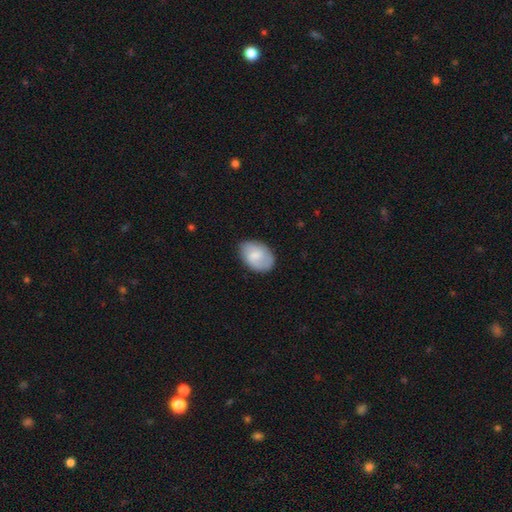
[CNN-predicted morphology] A smooth galaxy with no disk features (66%) that is in between round and cigar-shaped (84%).

Vote fractions:
- Smooth or featured? smooth: 66% / featured or disk: 27% / star or artifact: 6%
- How rounded? in between: 84% / round: 15% / cigar-shaped: 1%
- Merging? none: 78% / minor disturbance: 17% / major disturbance: 4% / merger: 1%